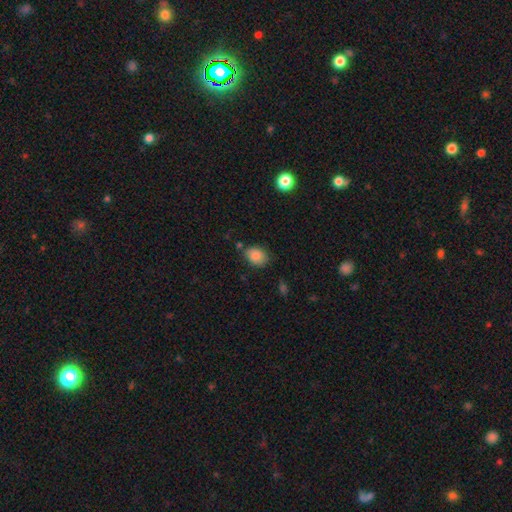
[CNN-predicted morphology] Smooth or featured: smooth — 87% (star or artifact — 9%)
How rounded: in between — 68% (round — 31%)
Merging: none — 72% (minor disturbance — 19%)